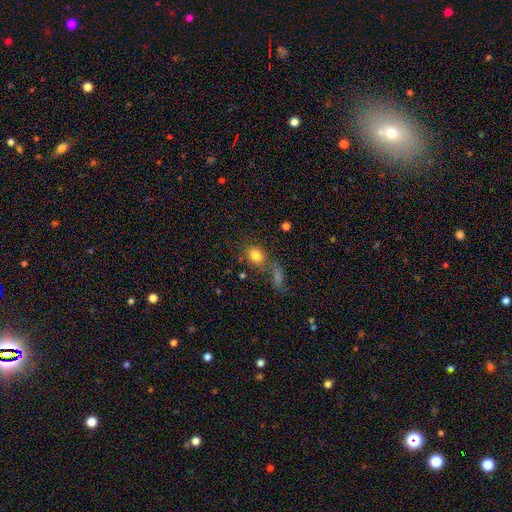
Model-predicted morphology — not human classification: Smooth or featured? smooth (80%)
How rounded? round (54%)
Merging? none (54%)